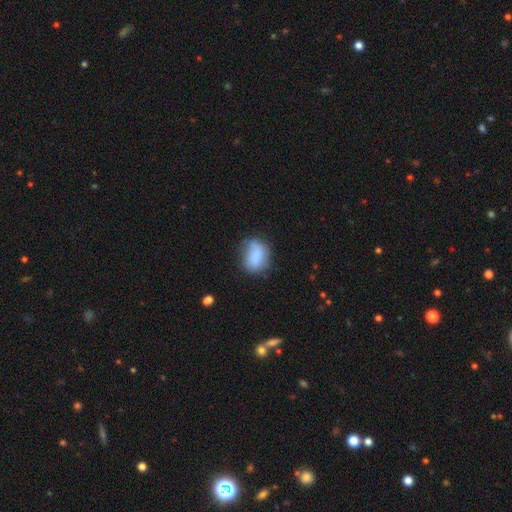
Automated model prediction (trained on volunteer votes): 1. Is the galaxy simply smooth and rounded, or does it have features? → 78% smooth, 14% featured or disk, 8% star or artifact.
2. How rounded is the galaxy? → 69% in between, 30% round, 2% cigar-shaped.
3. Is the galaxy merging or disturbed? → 53% none, 32% minor disturbance, 11% major disturbance, 4% merger.